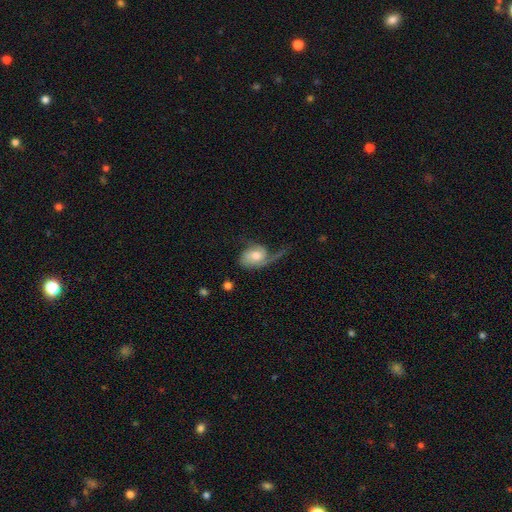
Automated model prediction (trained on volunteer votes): Overall: featured or disk (54%; smooth 39%). Edge-on disk: no (95%). Bar: no (70%). Spiral arms: yes (81%). Bulge size: moderate (62%). Merging: major disturbance (49%; none 26%).